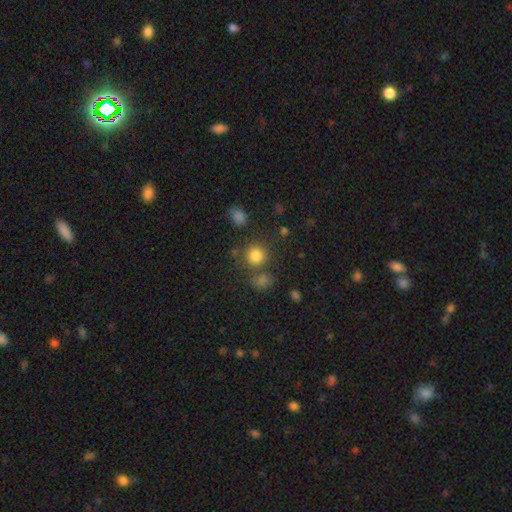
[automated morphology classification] The model was most divided on "merging": none: 72%, merger: 14%, minor disturbance: 10%, major disturbance: 5%. More confident: how rounded — round (90%); smooth or featured — smooth (81%).